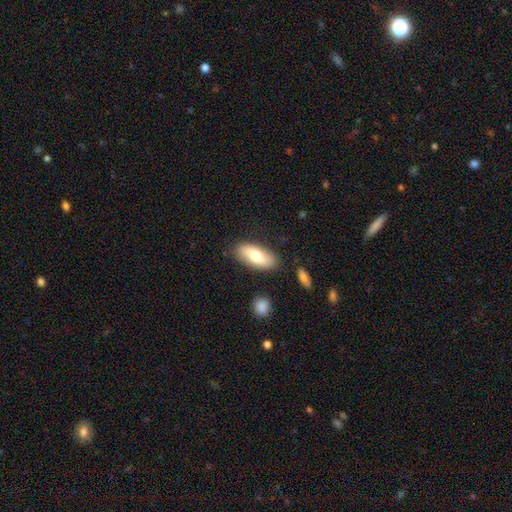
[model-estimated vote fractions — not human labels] Morphology: type=smooth (70%); roundness=in between (85%); merging=none (83%).